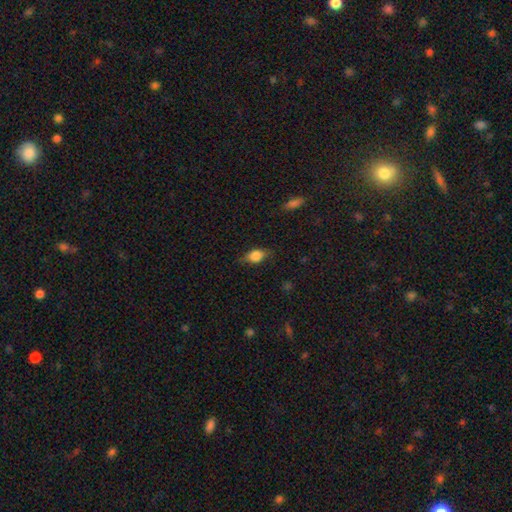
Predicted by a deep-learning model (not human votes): This is likely a smooth galaxy (72%). How rounded: likely in between (74%). Merging: likely none (74%).